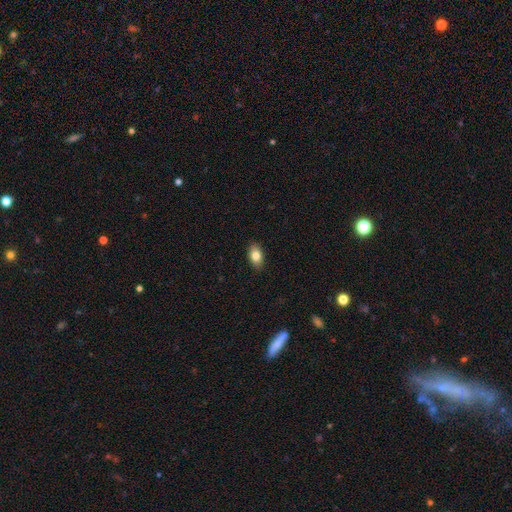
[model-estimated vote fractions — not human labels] Smooth or featured?
  - smooth: 83% *
  - featured or disk: 10%
  - star or artifact: 8%
How rounded?
  - in between: 90% *
  - round: 8%
  - cigar-shaped: 2%
Merging?
  - none: 88% *
  - minor disturbance: 9%
  - major disturbance: 2%
  - merger: 1%